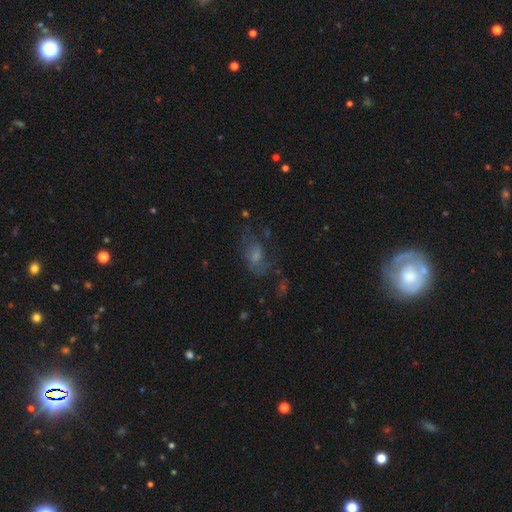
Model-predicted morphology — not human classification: Overall: featured or disk (44%; smooth 37%). Merging: none (44%; major disturbance 30%).